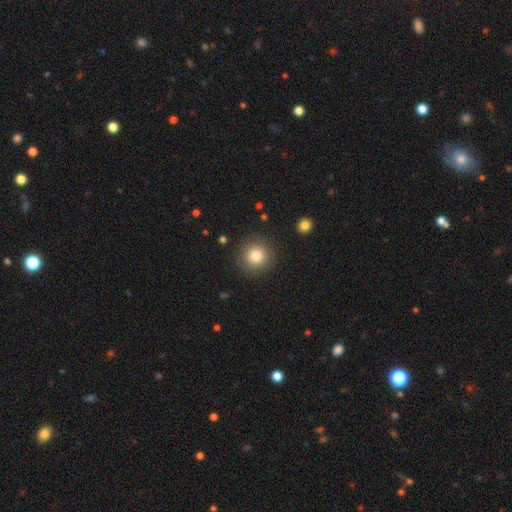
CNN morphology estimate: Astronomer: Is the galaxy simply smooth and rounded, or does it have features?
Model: smooth — 82%.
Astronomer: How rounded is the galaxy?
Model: round — 94%.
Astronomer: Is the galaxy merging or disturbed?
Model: none — 89%.